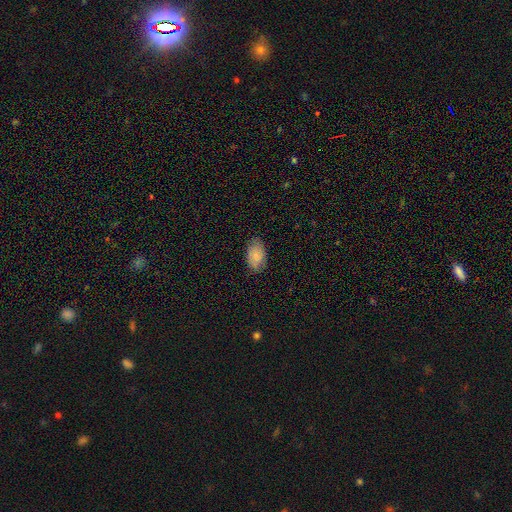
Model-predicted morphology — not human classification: Q: Smooth or featured?
A: smooth (80%); runner-up: featured or disk (13%)
Q: How rounded?
A: in between (93%); runner-up: round (6%)
Q: Merging?
A: none (79%); runner-up: minor disturbance (17%)